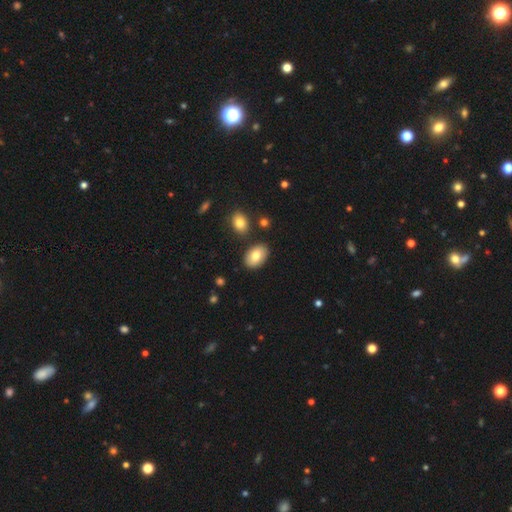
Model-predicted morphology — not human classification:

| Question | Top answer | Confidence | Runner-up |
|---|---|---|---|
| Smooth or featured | smooth | 80% | featured or disk (13%) |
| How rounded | in between | 90% | round (8%) |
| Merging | none | 85% | minor disturbance (9%) |